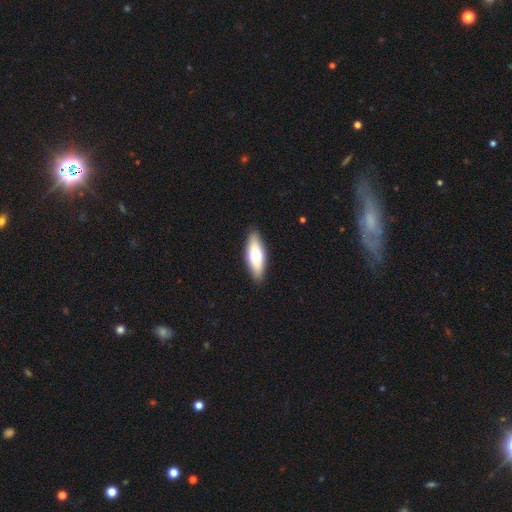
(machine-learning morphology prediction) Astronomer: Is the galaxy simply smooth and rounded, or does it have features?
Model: smooth — 67%.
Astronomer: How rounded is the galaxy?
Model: in between — 65%.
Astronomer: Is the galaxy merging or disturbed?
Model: none — 89%.